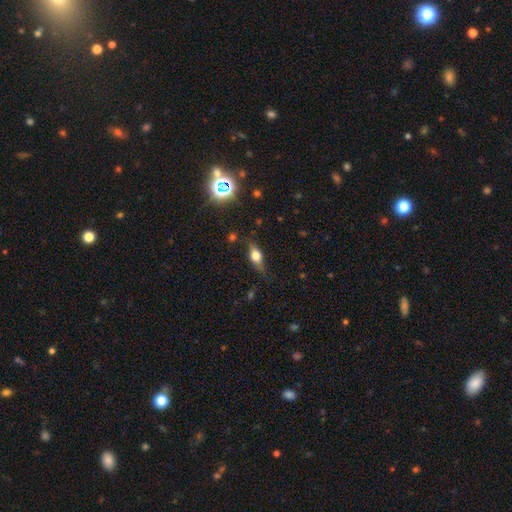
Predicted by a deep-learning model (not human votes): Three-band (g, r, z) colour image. It shows a smooth galaxy with no disk features (53%) that is in between round and cigar-shaped (66%). Merging: none (72%).